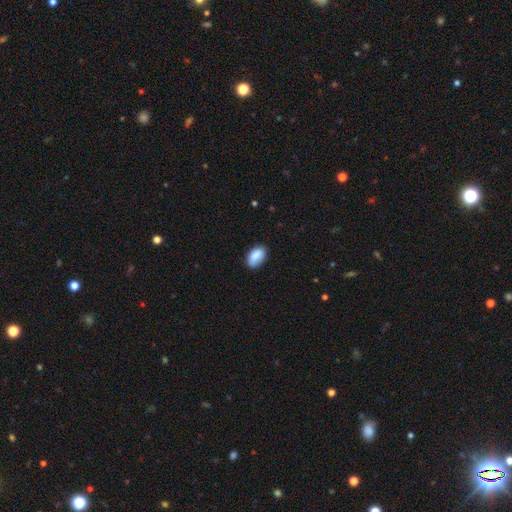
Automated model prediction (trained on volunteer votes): smooth_or_featured: smooth (p=0.87) [alt: star or artifact p=0.07]
how_rounded: in between (p=0.92) [alt: round p=0.06]
merging: none (p=0.79) [alt: minor disturbance p=0.17]